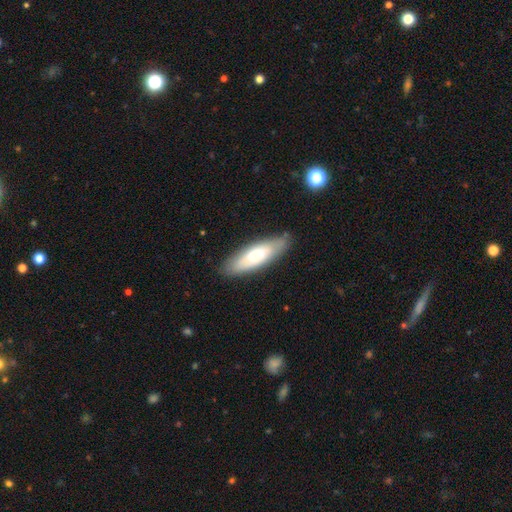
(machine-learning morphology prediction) smooth 68%, featured or disk 26%, star or artifact 6%. Down the decision tree: how rounded — in between (49%, tied with cigar-shaped); merging — none (83%).